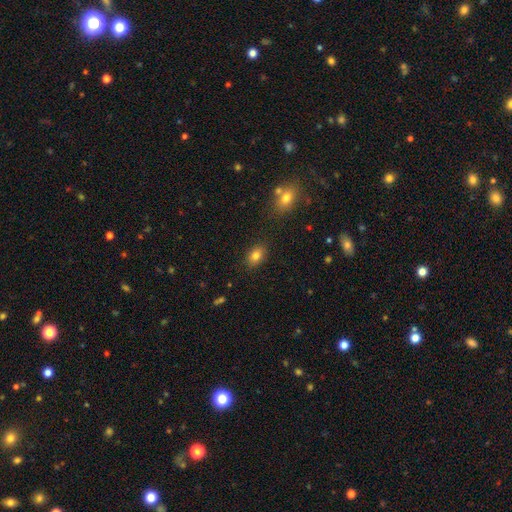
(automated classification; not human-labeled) smooth-or-featured: smooth: 81% | star or artifact: 11% | featured or disk: 8%
  how-rounded: in between: 76% | round: 23% | cigar-shaped: 1%
  merging: none: 85% | minor disturbance: 10% | major disturbance: 3% | merger: 2%